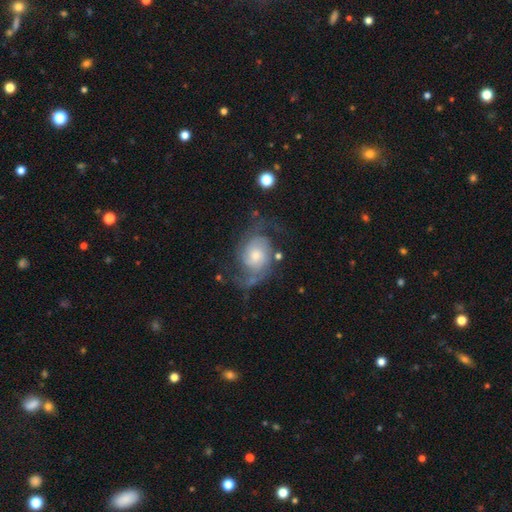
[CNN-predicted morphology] This is clearly a featured or disk galaxy (82%). It is clearly not viewed edge-on (98%). Bar: likely no (67%). Spiral arm pattern: clearly yes (95%). Spiral arm count: likely 2 (77%). Spiral winding: possibly medium (47%). Central bulge: possibly moderate (49%). Merging: possibly none (58%).